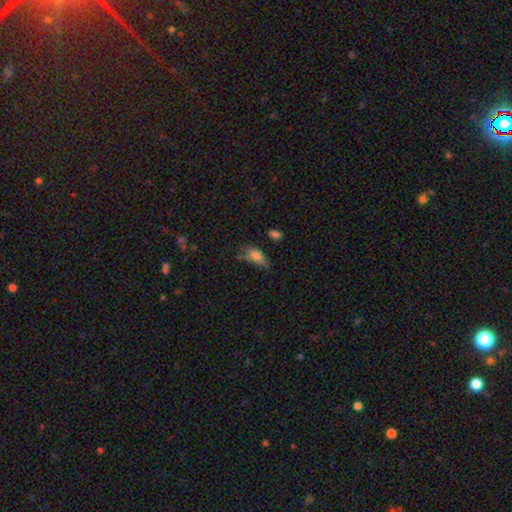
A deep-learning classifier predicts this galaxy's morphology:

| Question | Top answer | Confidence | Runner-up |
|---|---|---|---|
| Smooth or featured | smooth | 80% | featured or disk (11%) |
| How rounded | in between | 88% | cigar-shaped (6%) |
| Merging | none | 39% | minor disturbance (37%) |